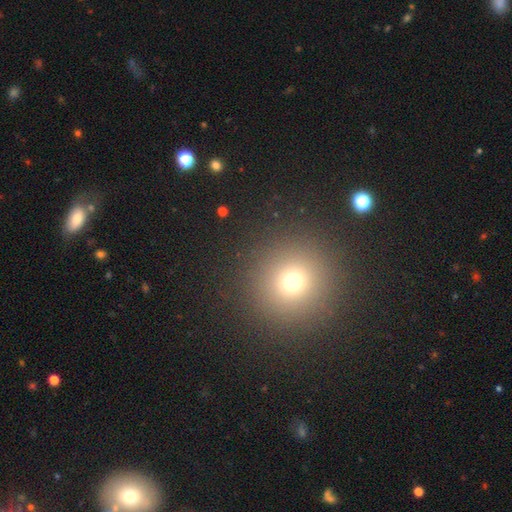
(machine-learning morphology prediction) Smooth or featured?
  - smooth: 64% *
  - star or artifact: 29%
  - featured or disk: 8%
How rounded?
  - round: 94% *
  - in between: 5%
  - cigar-shaped: 1%
Merging?
  - none: 92% *
  - minor disturbance: 4%
  - major disturbance: 2%
  - merger: 2%